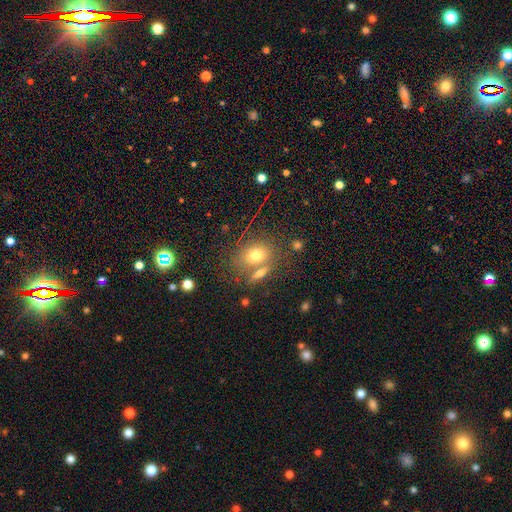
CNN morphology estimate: Smooth or featured? Predicted: smooth (p=0.71). How rounded? Predicted: in between (p=0.57). Merging? Predicted: none (p=0.58).